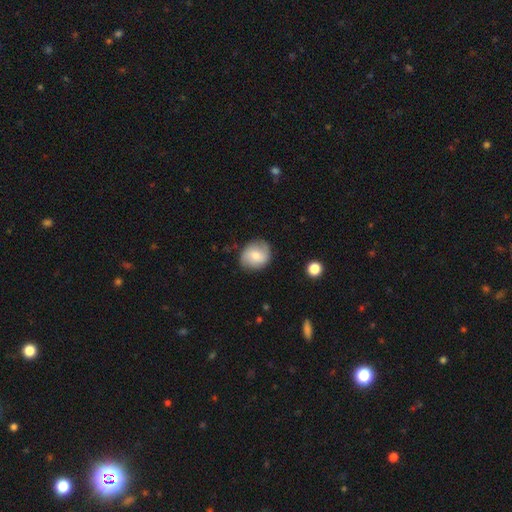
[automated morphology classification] The model was most divided on "smooth or featured": smooth: 57%, featured or disk: 35%, star or artifact: 8%. More confident: merging — none (79%); how rounded — round (74%).